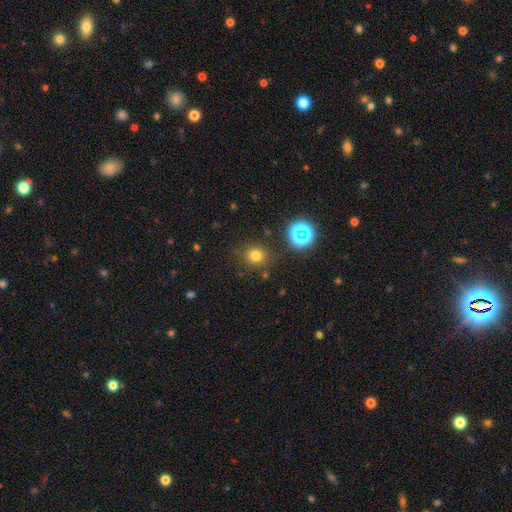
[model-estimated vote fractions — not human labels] Smooth or featured?
  - smooth: 73% *
  - star or artifact: 20%
  - featured or disk: 7%
How rounded?
  - round: 88% *
  - in between: 11%
  - cigar-shaped: 1%
Merging?
  - none: 84% *
  - minor disturbance: 9%
  - major disturbance: 4%
  - merger: 3%